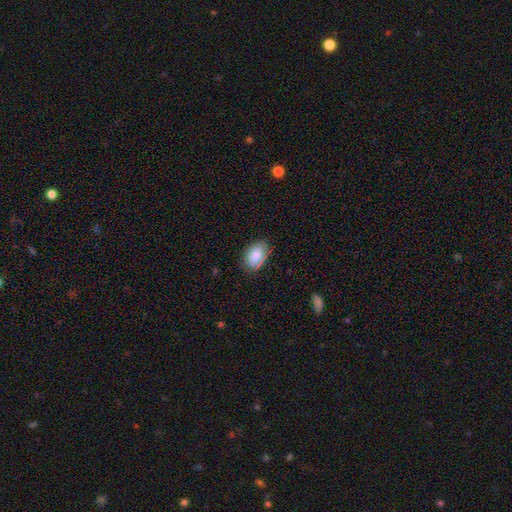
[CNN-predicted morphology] Overall: smooth (87%). How rounded: in between (88%). Merging: none (80%).